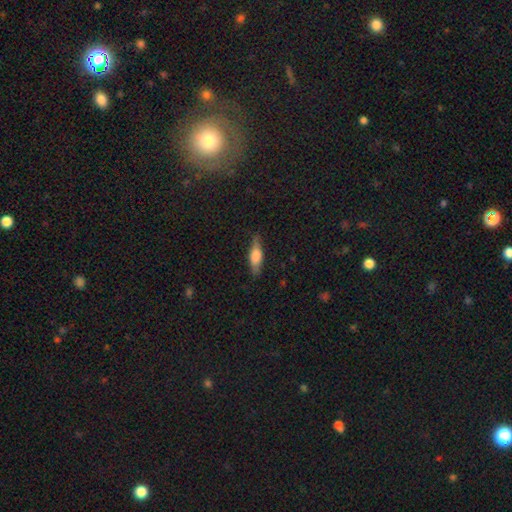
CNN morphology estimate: Smooth or featured? Predicted: smooth (p=0.64). How rounded? Predicted: in between (p=0.51). Merging? Predicted: none (p=0.77).